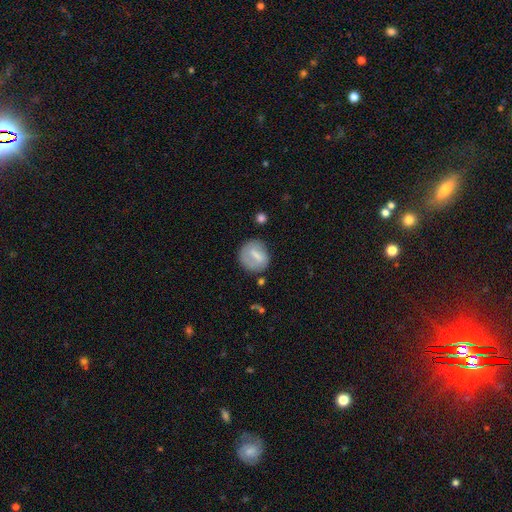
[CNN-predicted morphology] This is likely a smooth galaxy (64%). How rounded: likely round (77%). Merging: likely none (69%).